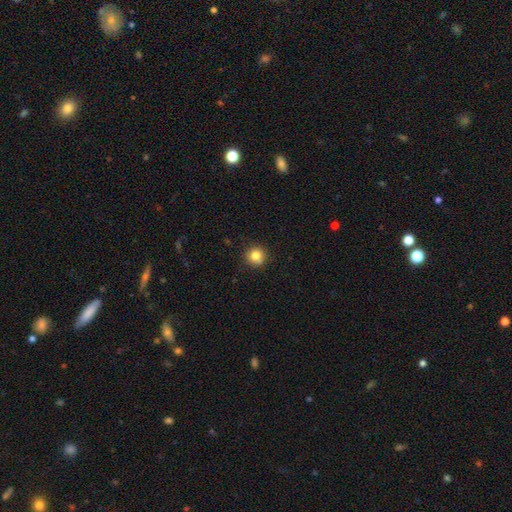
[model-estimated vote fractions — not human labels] Smooth or featured: smooth — 81% (star or artifact — 12%)
How rounded: round — 93% (in between — 6%)
Merging: none — 84% (minor disturbance — 11%)